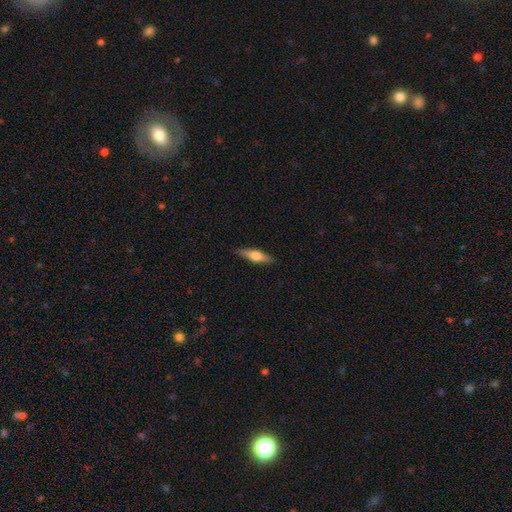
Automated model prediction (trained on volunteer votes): Smooth or featured: featured or disk — 49% (smooth — 45%)
Merging: none — 88% (minor disturbance — 9%)